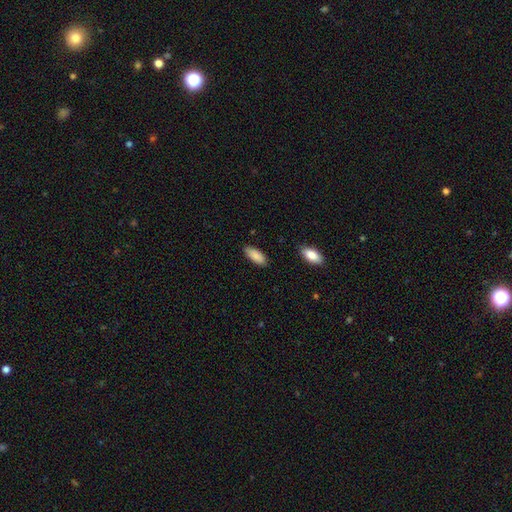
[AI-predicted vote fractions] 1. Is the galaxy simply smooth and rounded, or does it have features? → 89% smooth, 6% star or artifact, 5% featured or disk.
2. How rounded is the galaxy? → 82% in between, 17% cigar-shaped, 2% round.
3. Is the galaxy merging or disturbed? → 86% none, 10% minor disturbance, 2% major disturbance, 2% merger.